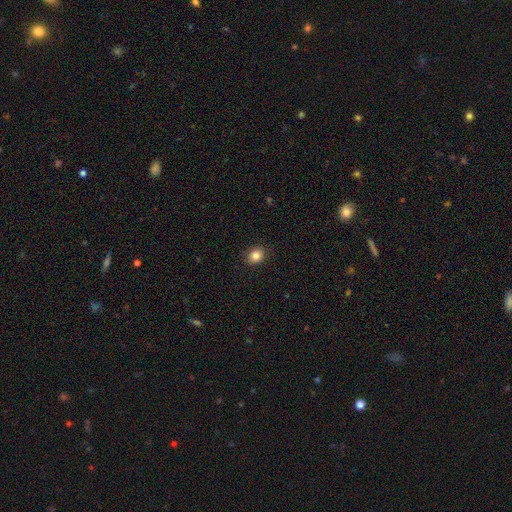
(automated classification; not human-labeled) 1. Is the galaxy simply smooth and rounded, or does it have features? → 84% smooth, 10% star or artifact, 6% featured or disk.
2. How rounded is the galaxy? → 62% round, 37% in between, 1% cigar-shaped.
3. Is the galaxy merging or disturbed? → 88% none, 9% minor disturbance, 2% major disturbance, 1% merger.